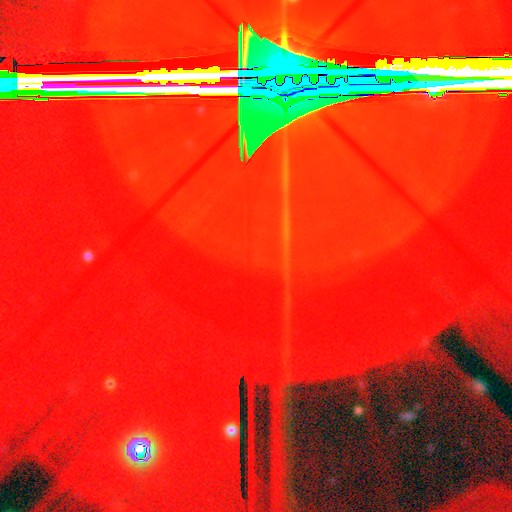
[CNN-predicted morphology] The model was most divided on "smooth or featured": star or artifact: 89%, featured or disk: 7%, smooth: 4%.